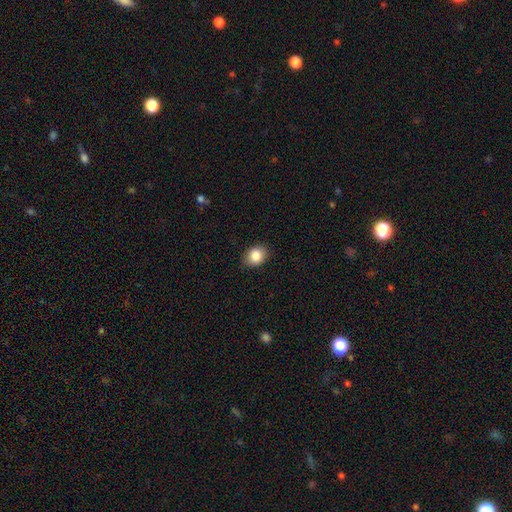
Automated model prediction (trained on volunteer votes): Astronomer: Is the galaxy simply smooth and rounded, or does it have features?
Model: smooth — 85%.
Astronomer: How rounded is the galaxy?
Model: in between — 59% (runner-up: round, 40%).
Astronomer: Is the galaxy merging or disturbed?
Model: none — 86%.